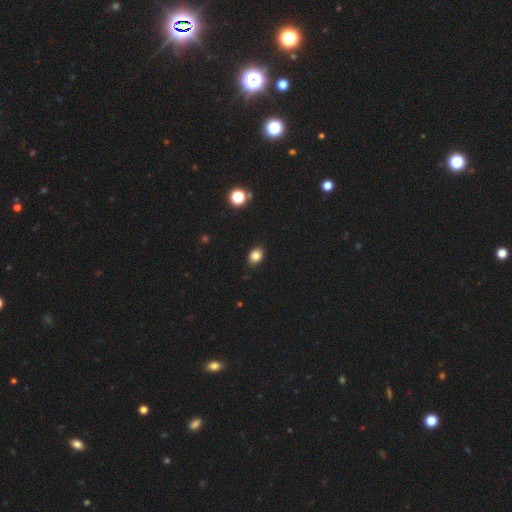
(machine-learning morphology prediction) A smooth galaxy with no disk features (84%) that is in between round and cigar-shaped (69%). Merging: none (88%).